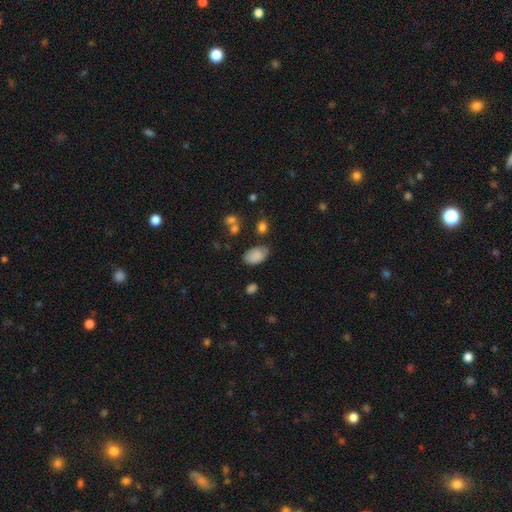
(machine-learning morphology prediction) This is clearly a smooth galaxy (85%). How rounded: clearly in between (93%). Merging: likely none (70%).